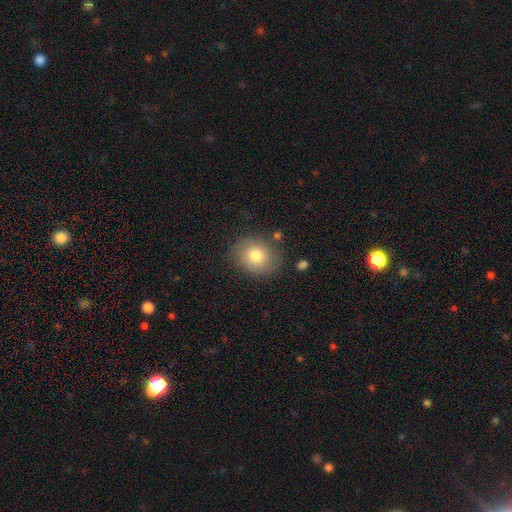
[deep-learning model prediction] smooth-or-featured: smooth: 77% | featured or disk: 14% | star or artifact: 9%
  how-rounded: round: 61% | in between: 38% | cigar-shaped: 1%
  merging: none: 79% | minor disturbance: 14% | major disturbance: 4% | merger: 2%